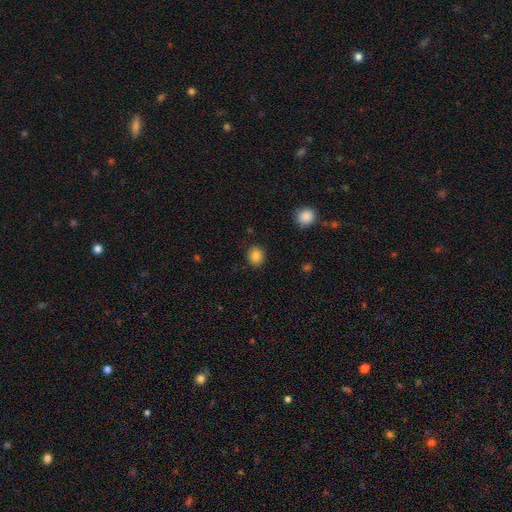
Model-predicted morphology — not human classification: A smooth galaxy with no disk features (85%) that is round (77%).

Vote fractions:
- Smooth or featured? smooth: 85% / star or artifact: 10% / featured or disk: 5%
- How rounded? round: 77% / in between: 22% / cigar-shaped: 1%
- Merging? none: 89% / minor disturbance: 7% / major disturbance: 2% / merger: 1%